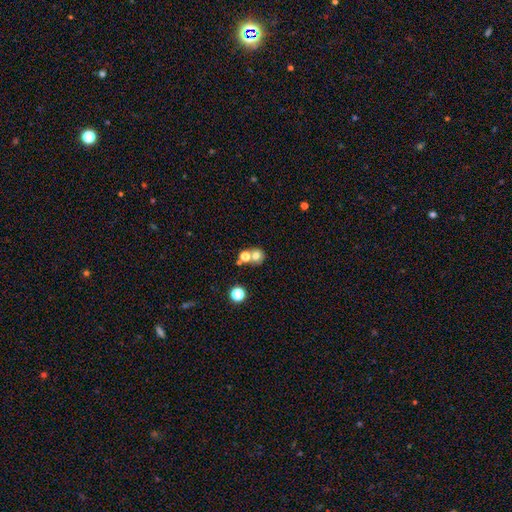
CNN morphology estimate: Smooth or featured?
  - smooth: 69% *
  - star or artifact: 16%
  - featured or disk: 15%
How rounded?
  - round: 80% *
  - in between: 19%
  - cigar-shaped: 1%
Merging?
  - none: 49% *
  - merger: 38%
  - minor disturbance: 9%
  - major disturbance: 4%